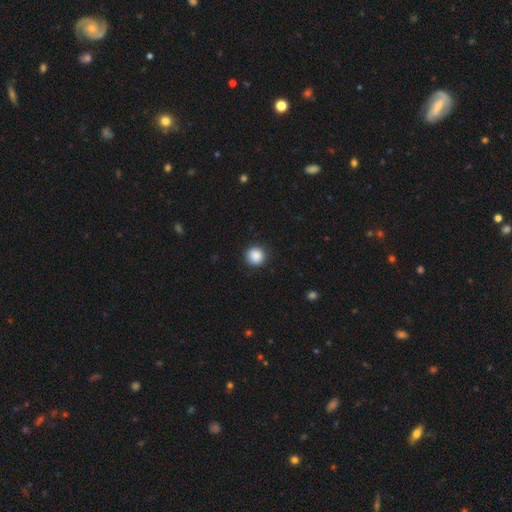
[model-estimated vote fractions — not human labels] A smooth galaxy with no disk features (88%) that is round (94%).

Vote fractions:
- Smooth or featured? smooth: 88% / star or artifact: 9% / featured or disk: 3%
- How rounded? round: 94% / in between: 5% / cigar-shaped: 1%
- Merging? none: 90% / minor disturbance: 7% / major disturbance: 2% / merger: 1%